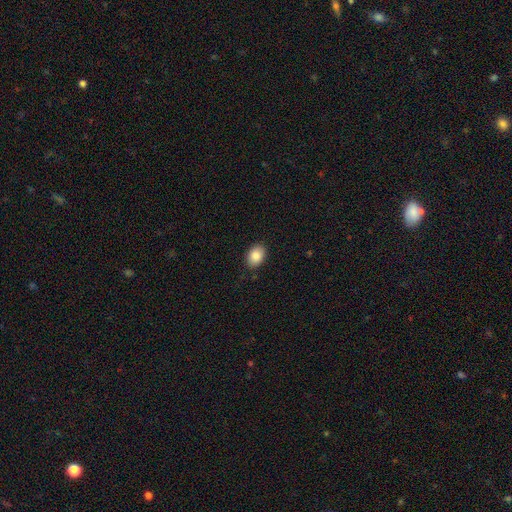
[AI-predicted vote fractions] smooth_or_featured: smooth (p=0.86) [alt: star or artifact p=0.08]
how_rounded: in between (p=0.78) [alt: round p=0.21]
merging: none (p=0.87) [alt: minor disturbance p=0.10]